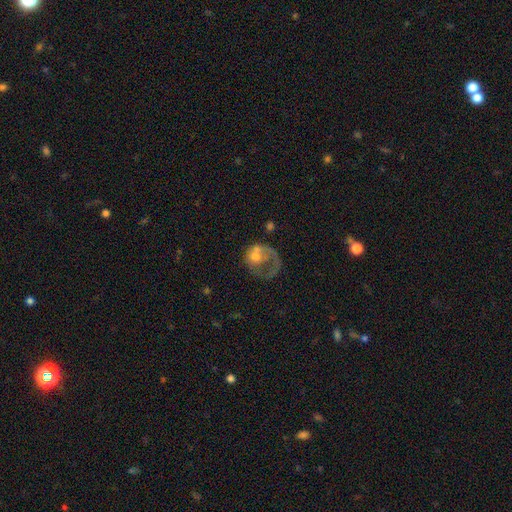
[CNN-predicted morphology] A featured or disk galaxy (51%) with no bar (86%), no spiral arms (66%) and a moderate central bulge (53%).

Vote fractions:
- Smooth or featured? featured or disk: 51% / smooth: 40% / star or artifact: 8%
- Edge-on disk? no: 97% / yes: 3%
- Bar? no: 86% / weak: 12% / strong: 2%
- Spiral arms? no: 66% / yes: 34%
- Bulge size? moderate: 53% / small: 24% / none: 11% / large: 10% / dominant: 2%
- Merging? major disturbance: 50% / none: 23% / minor disturbance: 15% / merger: 12%